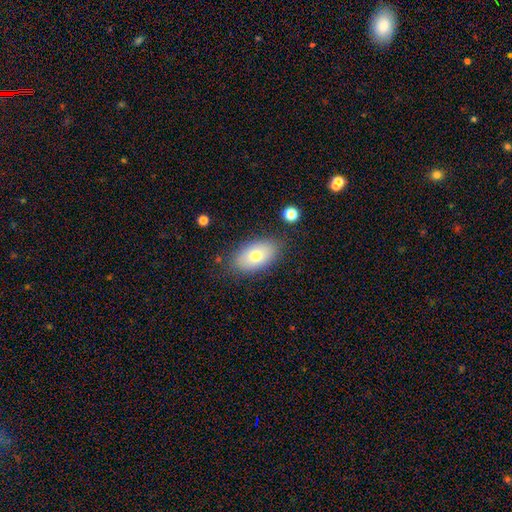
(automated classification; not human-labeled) smooth-or-featured: smooth: 76% | featured or disk: 16% | star or artifact: 8%
  how-rounded: in between: 92% | round: 5% | cigar-shaped: 3%
  merging: none: 81% | minor disturbance: 13% | major disturbance: 4% | merger: 2%